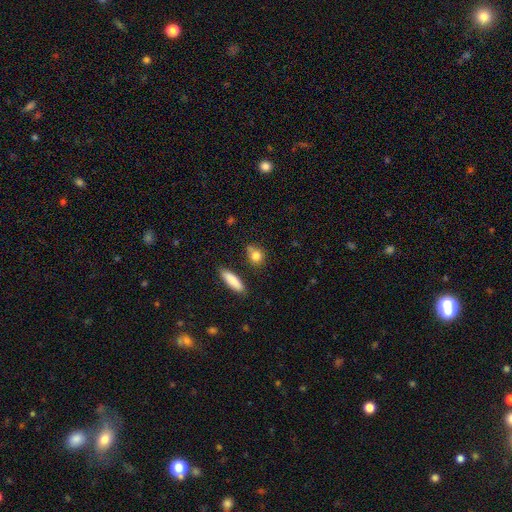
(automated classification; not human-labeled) Q: Smooth or featured?
A: smooth (81%); runner-up: featured or disk (10%)
Q: How rounded?
A: round (55%); runner-up: in between (33%)
Q: Merging?
A: none (66%); runner-up: minor disturbance (16%)